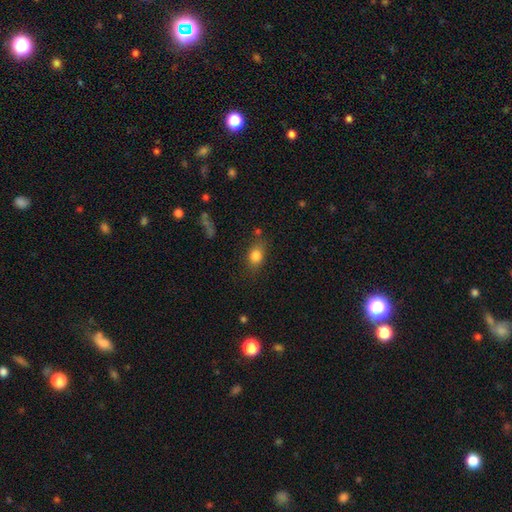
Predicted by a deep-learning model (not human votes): Smooth or featured? Predicted: smooth (p=0.82). How rounded? Predicted: in between (p=0.64). Merging? Predicted: none (p=0.74).